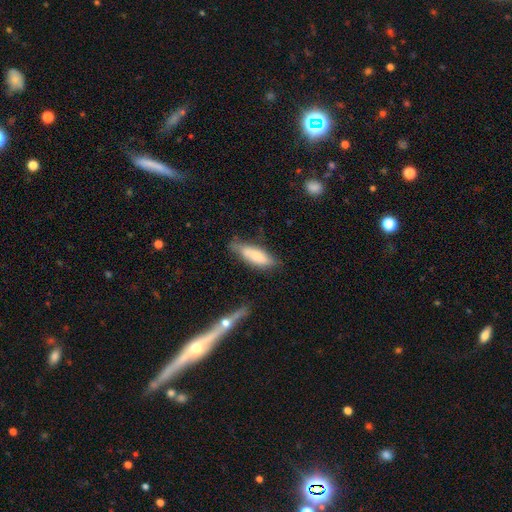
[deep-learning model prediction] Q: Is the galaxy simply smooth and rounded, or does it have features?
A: smooth — 71%.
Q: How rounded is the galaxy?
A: in between — 52%.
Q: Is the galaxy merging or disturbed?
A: none — 57%.